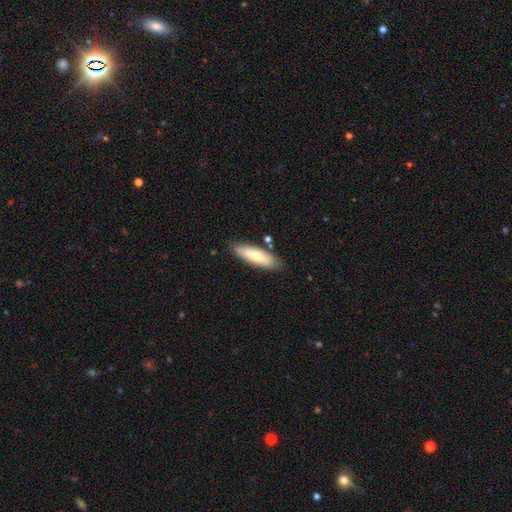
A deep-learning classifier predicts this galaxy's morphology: This appears to be a smooth galaxy with no disk features (66%) that is cigar-shaped (52%). Merging: none (81%).